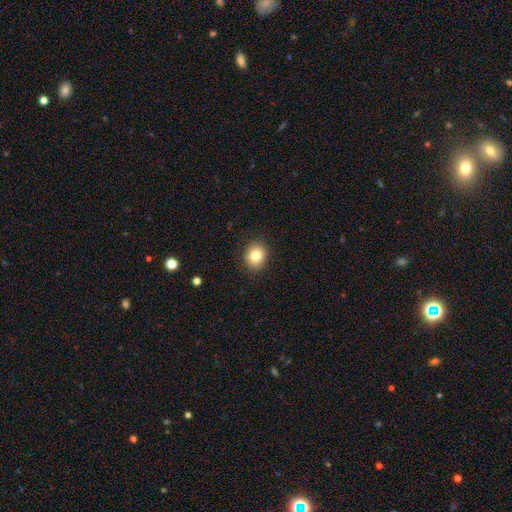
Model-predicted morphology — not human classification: This is clearly a smooth galaxy (82%). How rounded: likely round (62%). Merging: clearly none (90%).